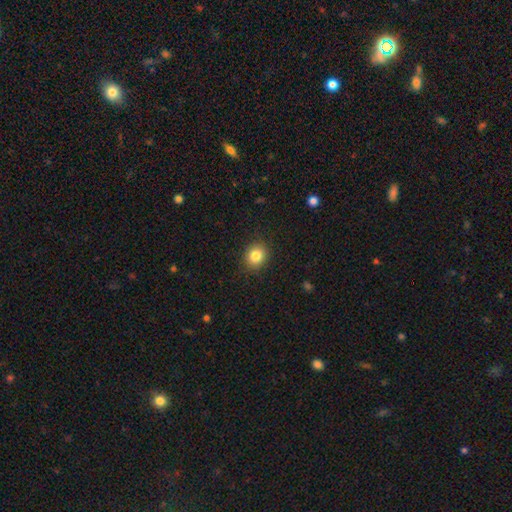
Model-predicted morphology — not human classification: Smooth or featured? smooth (84%)
How rounded? round (68%)
Merging? none (89%)